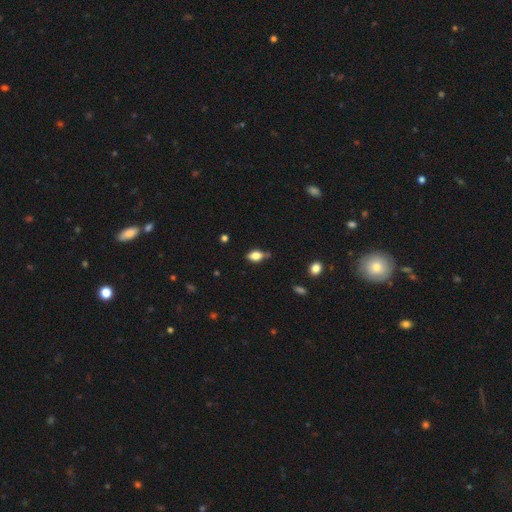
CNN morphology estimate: This is likely a smooth galaxy (75%). How rounded: clearly in between (86%). Merging: likely none (64%).